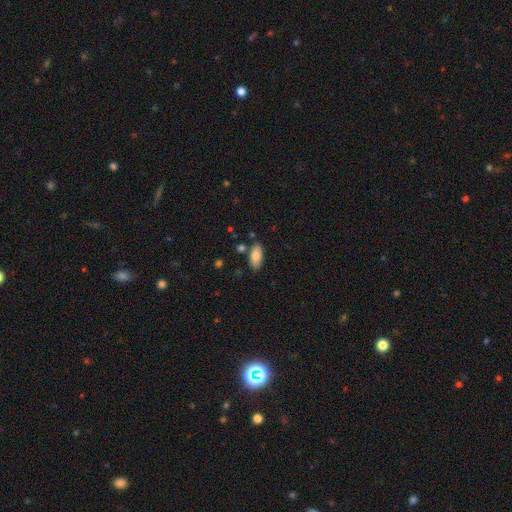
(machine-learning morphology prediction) A smooth galaxy with no disk features (84%) that is in between round and cigar-shaped (90%). Merging: none (80%).